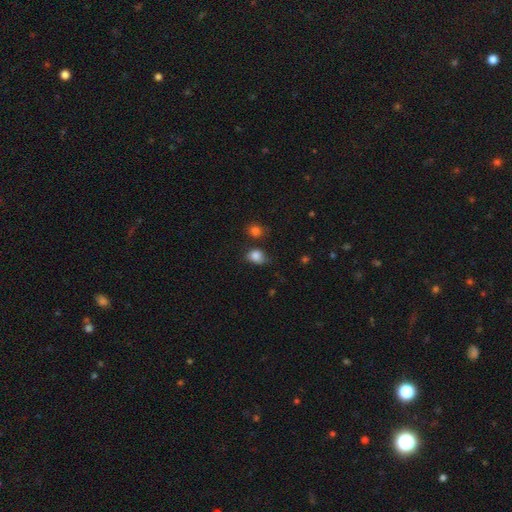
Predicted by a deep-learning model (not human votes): A smooth galaxy with no disk features (83%) that is in between round and cigar-shaped (61%).

Vote fractions:
- Smooth or featured? smooth: 83% / star or artifact: 10% / featured or disk: 7%
- How rounded? in between: 61% / round: 38% / cigar-shaped: 1%
- Merging? none: 53% / minor disturbance: 31% / major disturbance: 9% / merger: 6%